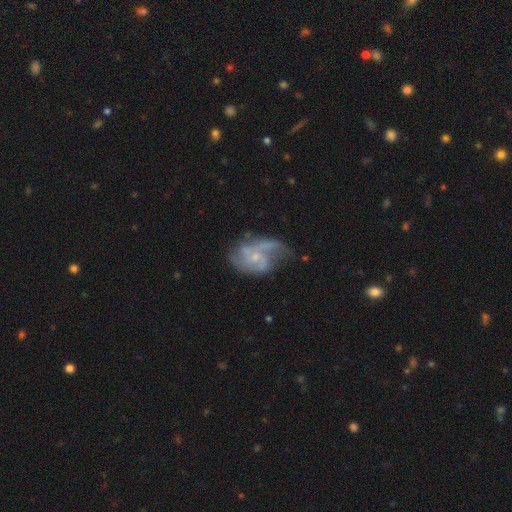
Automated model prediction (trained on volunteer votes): Smooth or featured? featured or disk (81%)
Edge-on disk? no (98%)
Bar? no (63%)
Spiral arms? yes (90%)
Spiral winding? medium (42%)
Spiral arm count? 2 (48%)
Bulge size? small (71%)
Merging? none (45%)